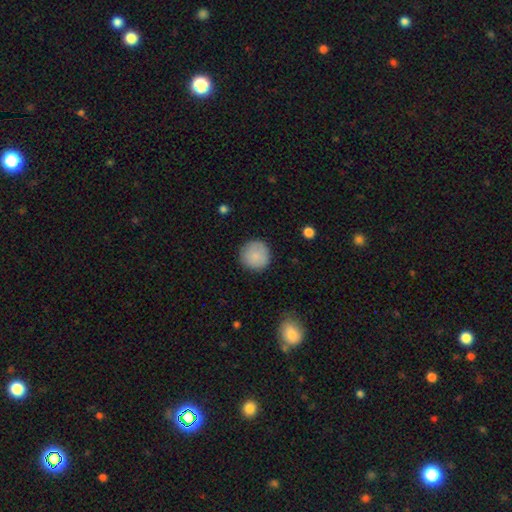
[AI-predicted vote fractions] A smooth galaxy with no disk features (87%) that is round (95%). Merging: none (88%).